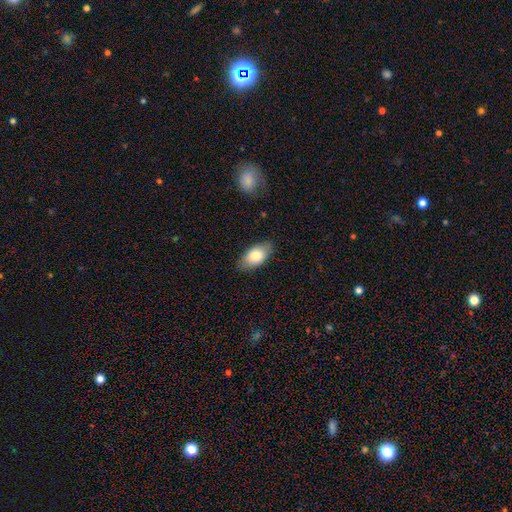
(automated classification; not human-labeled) Smooth or featured? smooth (80%)
How rounded? in between (93%)
Merging? none (84%)